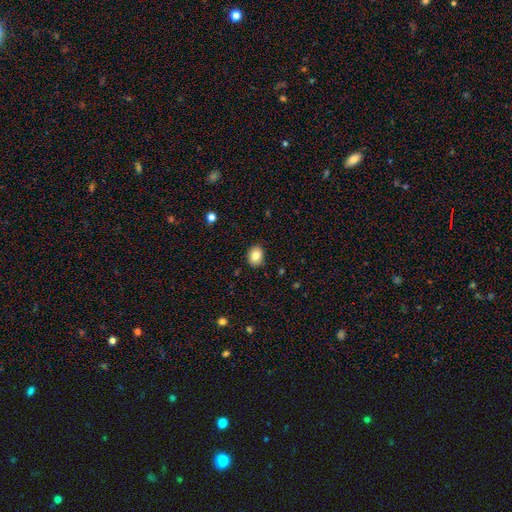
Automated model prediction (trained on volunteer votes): Smooth or featured: smooth — 83% (star or artifact — 9%)
How rounded: in between — 51% (round — 48%)
Merging: none — 88% (minor disturbance — 9%)